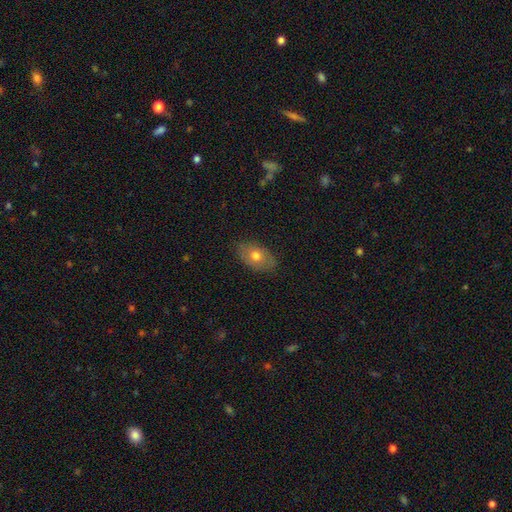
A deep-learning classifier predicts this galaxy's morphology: A smooth galaxy with no disk features (66%) that is in between round and cigar-shaped (89%).

Vote fractions:
- Smooth or featured? smooth: 66% / featured or disk: 26% / star or artifact: 8%
- How rounded? in between: 89% / round: 10% / cigar-shaped: 2%
- Merging? none: 83% / minor disturbance: 13% / major disturbance: 3% / merger: 1%